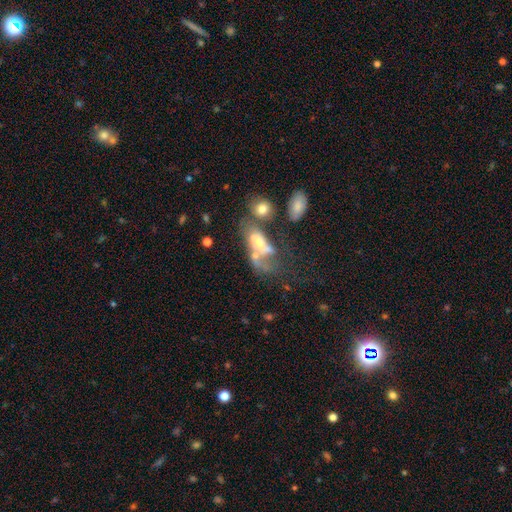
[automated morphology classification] A smooth galaxy with no disk features (45%).

Vote fractions:
- Smooth or featured? smooth: 45% / featured or disk: 43% / star or artifact: 12%
- Merging? merger: 40% / major disturbance: 32% / none: 16% / minor disturbance: 12%